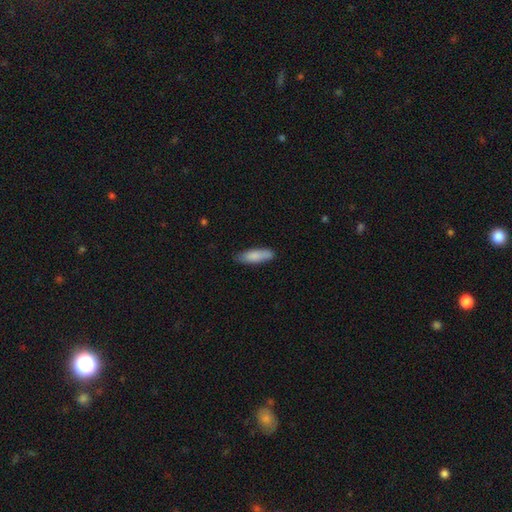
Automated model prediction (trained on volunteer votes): Smooth or featured? Predicted: smooth (p=0.85). How rounded? Predicted: cigar-shaped (p=0.55). Merging? Predicted: none (p=0.78).